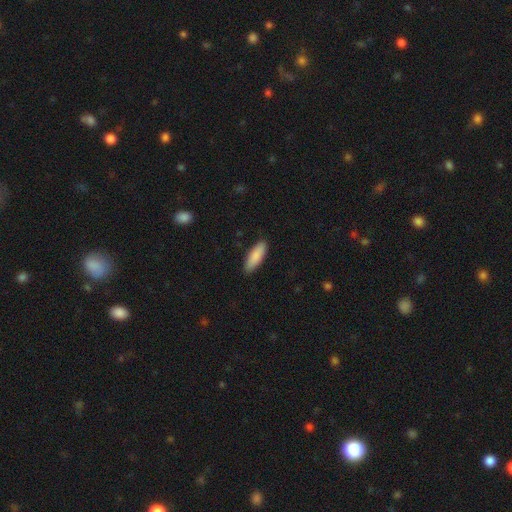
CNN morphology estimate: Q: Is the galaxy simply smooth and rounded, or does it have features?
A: smooth — 88%.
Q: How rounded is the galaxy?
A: in between — 57%.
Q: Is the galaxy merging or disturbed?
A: none — 88%.